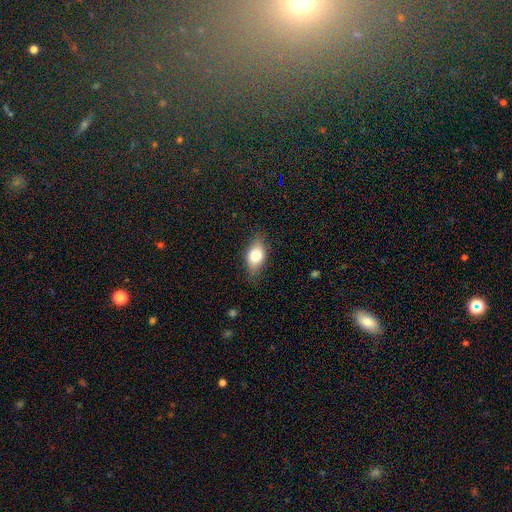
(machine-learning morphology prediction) Overall: smooth (74%). How rounded: in between (85%). Merging: none (79%).